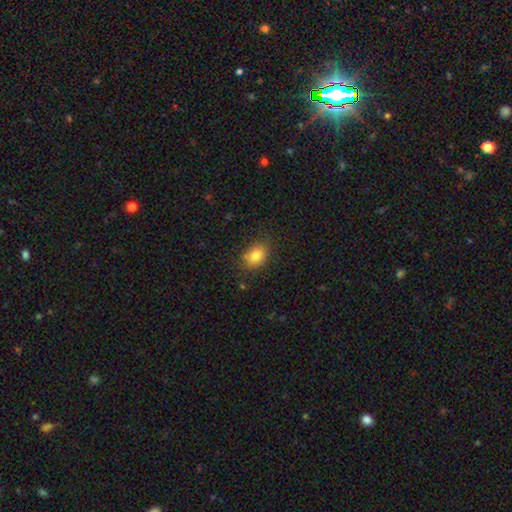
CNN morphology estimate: This appears to be a smooth galaxy with no disk features (82%) that is in between round and cigar-shaped (60%). Merging: none (78%).